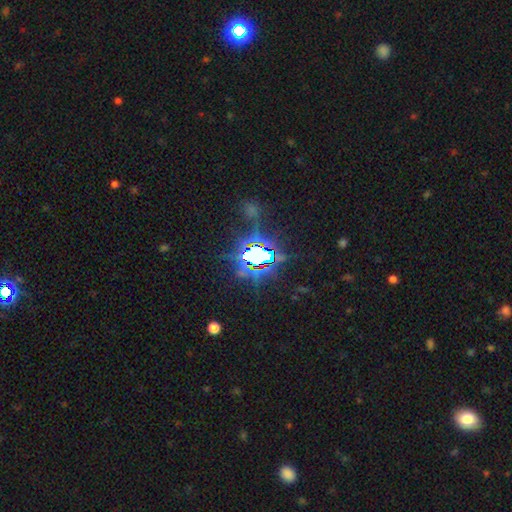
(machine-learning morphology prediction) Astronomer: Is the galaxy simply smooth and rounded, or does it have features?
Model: star or artifact — 75%.